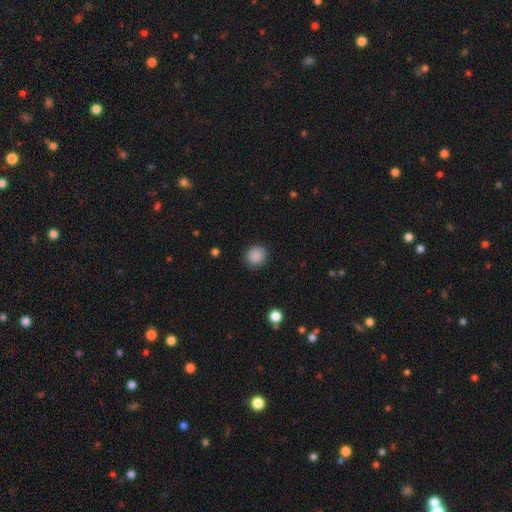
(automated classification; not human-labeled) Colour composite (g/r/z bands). It shows a smooth galaxy with no disk features (88%) that is round (88%). Merging: none (89%).